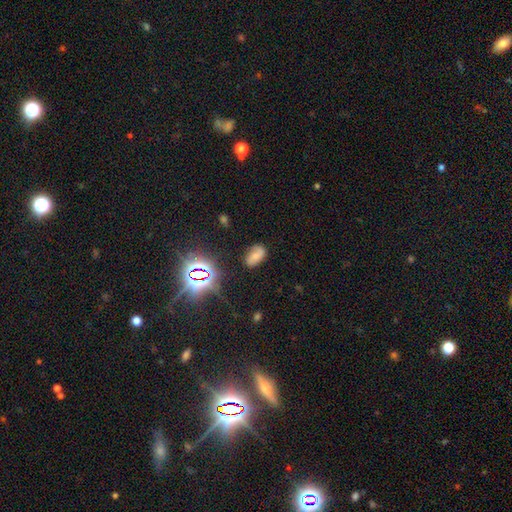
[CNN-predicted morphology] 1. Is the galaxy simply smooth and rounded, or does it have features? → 50% smooth, 29% featured or disk, 22% star or artifact.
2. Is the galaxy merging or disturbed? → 74% none, 18% minor disturbance, 6% major disturbance, 3% merger.